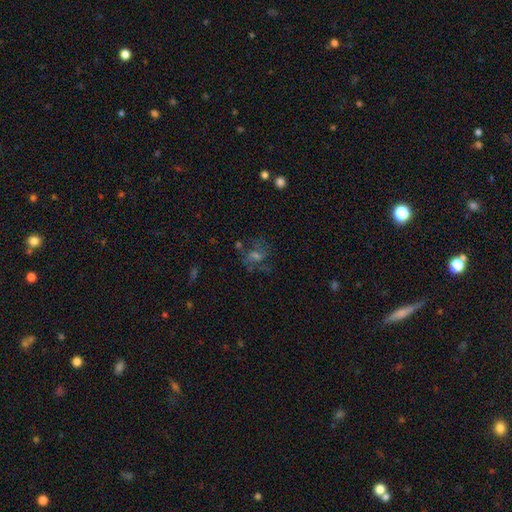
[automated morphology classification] smooth-or-featured: featured or disk: 50% | star or artifact: 28% | smooth: 23%
  merging: none: 60% | major disturbance: 19% | minor disturbance: 17% | merger: 4%